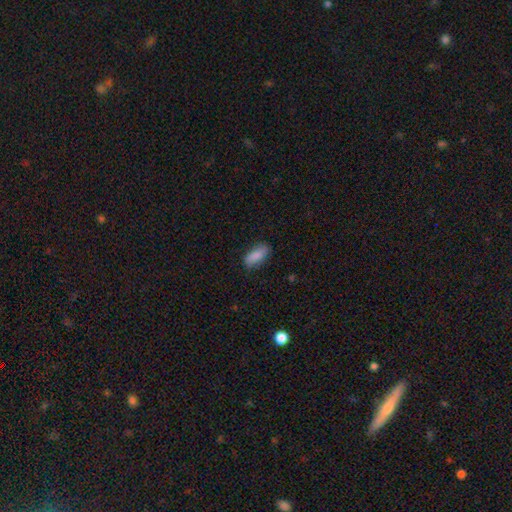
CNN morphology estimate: This appears to be a smooth galaxy with no disk features (85%) that is in between round and cigar-shaped (82%). Merging: none (79%).